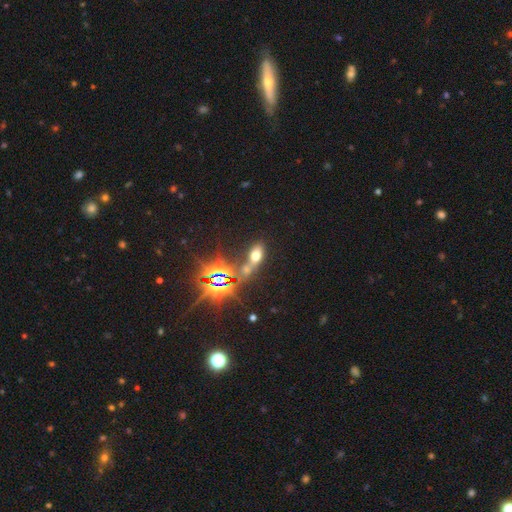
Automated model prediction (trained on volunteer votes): Morphology: type=smooth (54%); roundness=in between (75%); merging=none (42%).